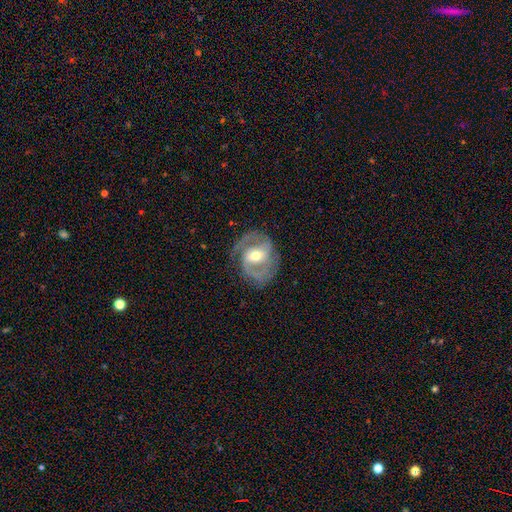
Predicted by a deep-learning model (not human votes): A featured or disk galaxy (85%) with a weak bar (47%), 2 (85%) medium (52%) spiral arms (92%) and a moderate central bulge (66%). Merging: none (75%).